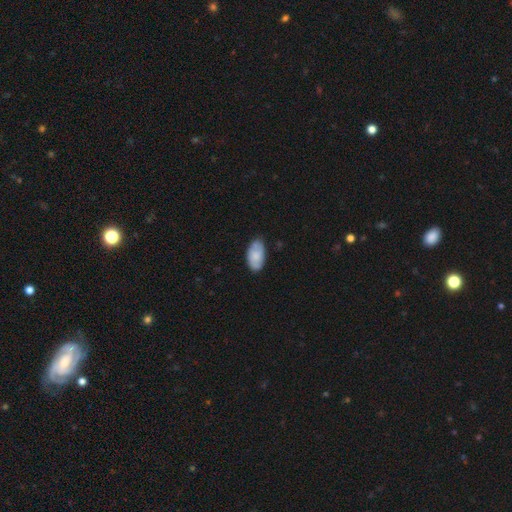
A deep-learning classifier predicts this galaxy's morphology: Overall: smooth (71%). How rounded: in between (95%). Merging: none (77%).